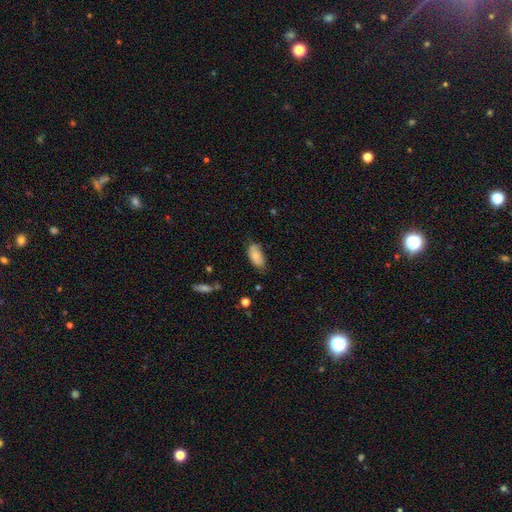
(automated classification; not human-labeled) Overall: smooth (83%). How rounded: in between (93%). Merging: none (60%; minor disturbance 30%).